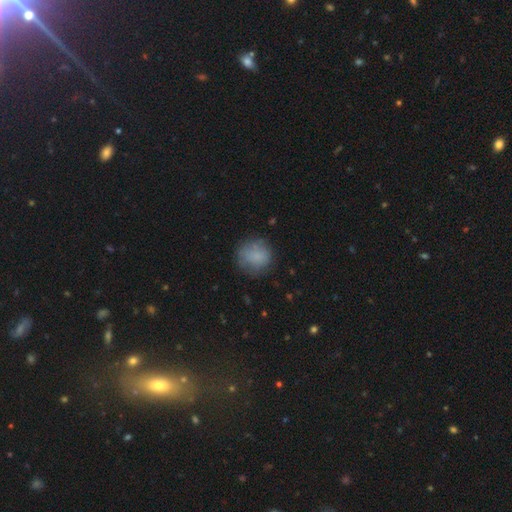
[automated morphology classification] type=smooth (78%); roundness=round (86%); merging=none (70%).